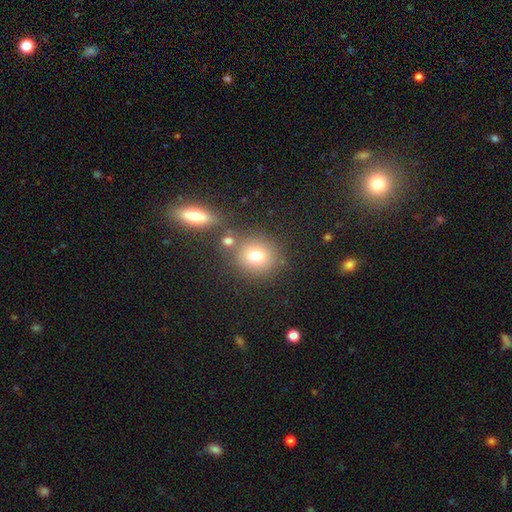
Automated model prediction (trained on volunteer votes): smooth_or_featured: smooth (p=0.76) [alt: star or artifact p=0.13]
how_rounded: round (p=0.82) [alt: in between p=0.17]
merging: none (p=0.71) [alt: merger p=0.15]